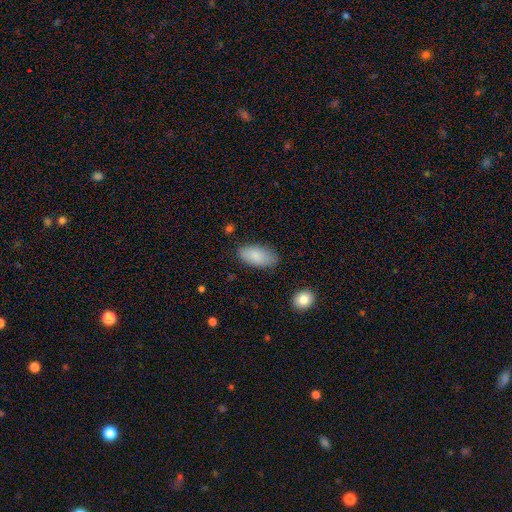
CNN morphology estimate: A smooth galaxy with no disk features (86%) that is in between round and cigar-shaped (93%). Merging: none (81%).